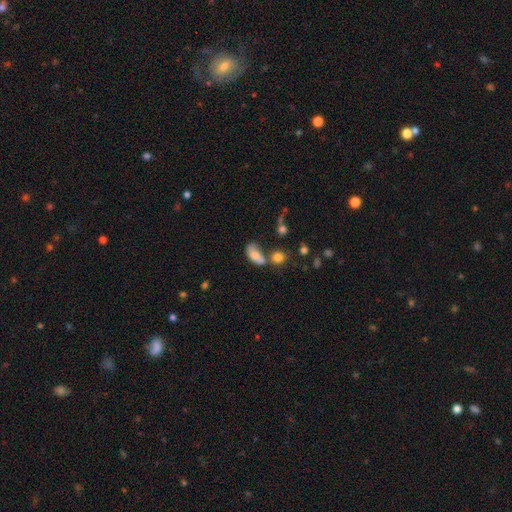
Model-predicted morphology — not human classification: This appears to be a smooth galaxy with no disk features (75%) that is in between round and cigar-shaped (84%). Merging: merger (36%).